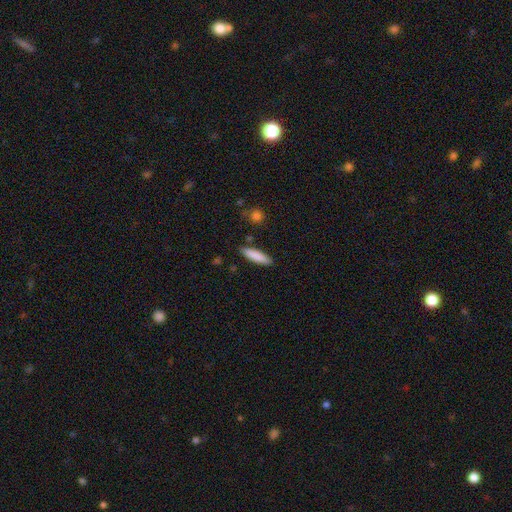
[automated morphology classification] A smooth galaxy with no disk features (85%) that is cigar-shaped (76%). Merging: none (87%).